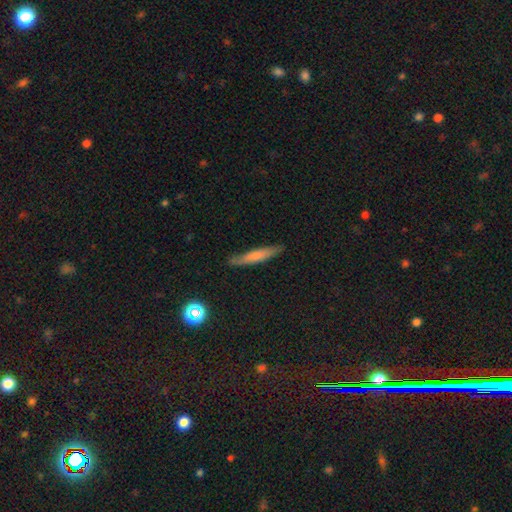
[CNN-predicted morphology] Smooth or featured? Predicted: smooth (p=0.64). How rounded? Predicted: cigar-shaped (p=0.91). Merging? Predicted: none (p=0.84).